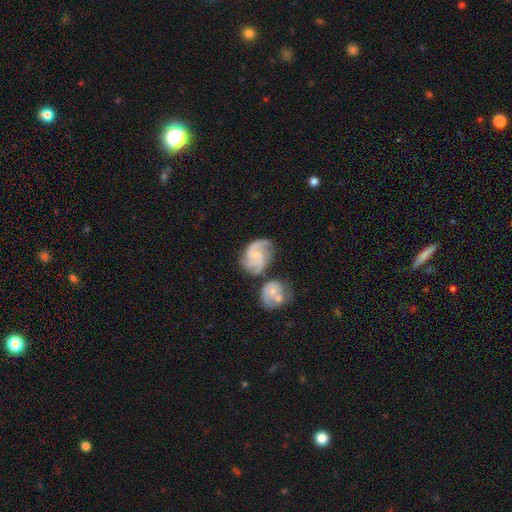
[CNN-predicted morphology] Smooth or featured: featured or disk — 81% (smooth — 13%)
Edge-on disk: no — 98% (yes — 2%)
Bar: no — 47% (weak — 44%)
Spiral arms: yes — 96% (no — 4%)
Spiral winding: medium — 51% (loose — 26%)
Spiral arm count: 2 — 54% (3 — 26%)
Bulge size: small — 43% (none — 41%)
Merging: none — 50% (minor disturbance — 20%)